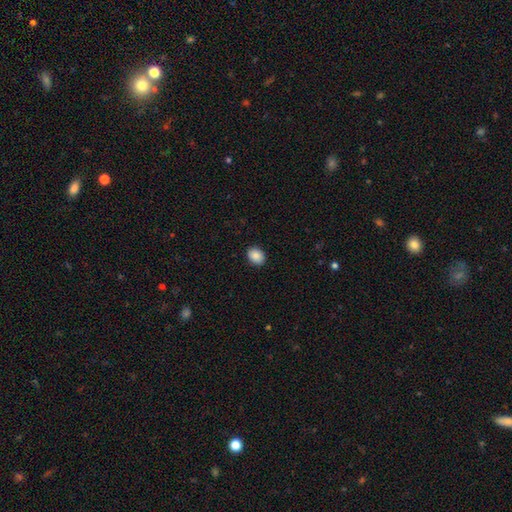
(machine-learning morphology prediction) smooth_or_featured: smooth (p=0.87) [alt: star or artifact p=0.08]
how_rounded: in between (p=0.55) [alt: round p=0.44]
merging: none (p=0.89) [alt: minor disturbance p=0.08]